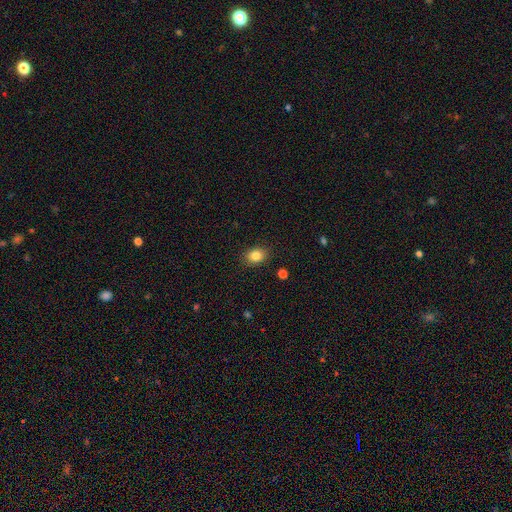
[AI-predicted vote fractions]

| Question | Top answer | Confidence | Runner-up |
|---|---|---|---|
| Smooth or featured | smooth | 84% | star or artifact (10%) |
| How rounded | in between | 59% | round (40%) |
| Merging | none | 88% | minor disturbance (9%) |